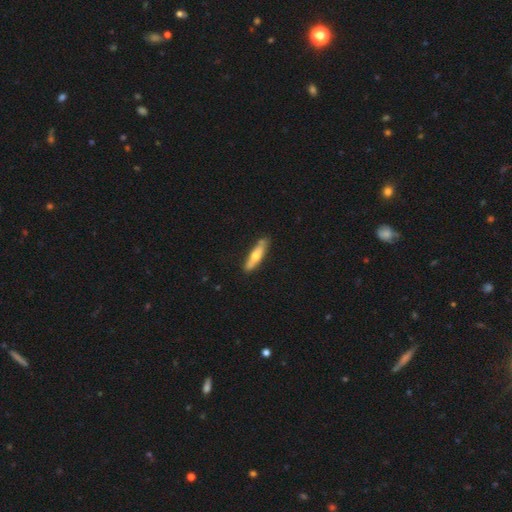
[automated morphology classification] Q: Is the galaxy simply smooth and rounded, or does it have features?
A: smooth — 50%.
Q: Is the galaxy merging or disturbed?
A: none — 84%.